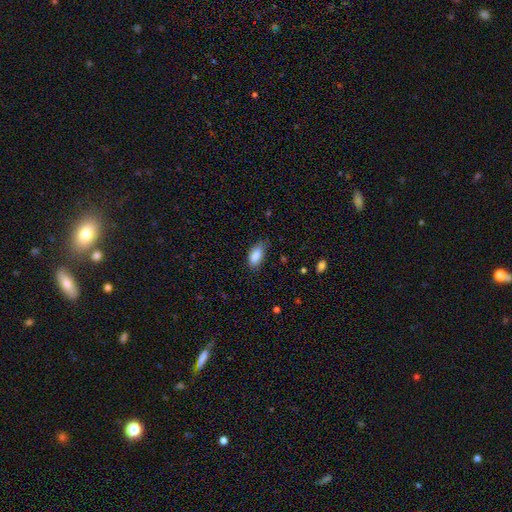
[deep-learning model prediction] smooth-or-featured: smooth: 86% | star or artifact: 7% | featured or disk: 6%
  how-rounded: in between: 87% | cigar-shaped: 10% | round: 3%
  merging: none: 67% | minor disturbance: 27% | major disturbance: 5% | merger: 1%